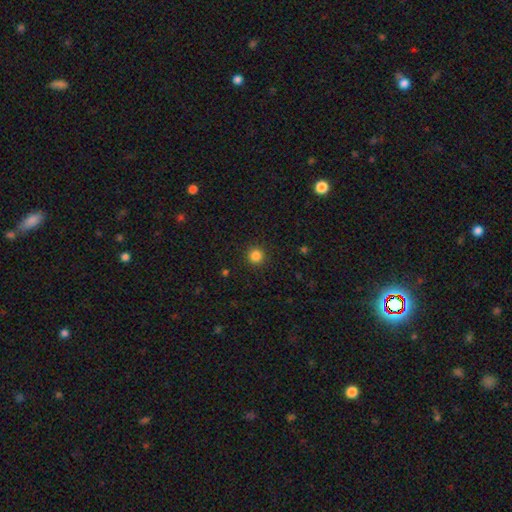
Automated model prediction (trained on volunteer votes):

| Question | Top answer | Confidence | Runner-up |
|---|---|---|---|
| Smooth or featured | smooth | 84% | star or artifact (12%) |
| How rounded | round | 95% | in between (4%) |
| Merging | none | 92% | minor disturbance (5%) |